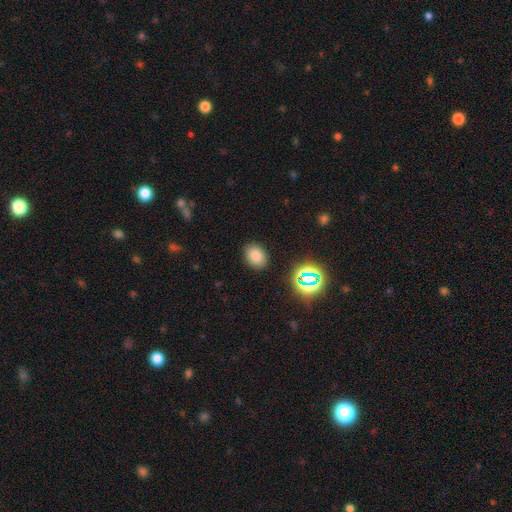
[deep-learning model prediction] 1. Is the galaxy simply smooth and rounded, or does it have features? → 78% smooth, 16% star or artifact, 6% featured or disk.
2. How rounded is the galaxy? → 67% in between, 32% round, 1% cigar-shaped.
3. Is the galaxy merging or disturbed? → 86% none, 9% minor disturbance, 3% major disturbance, 2% merger.